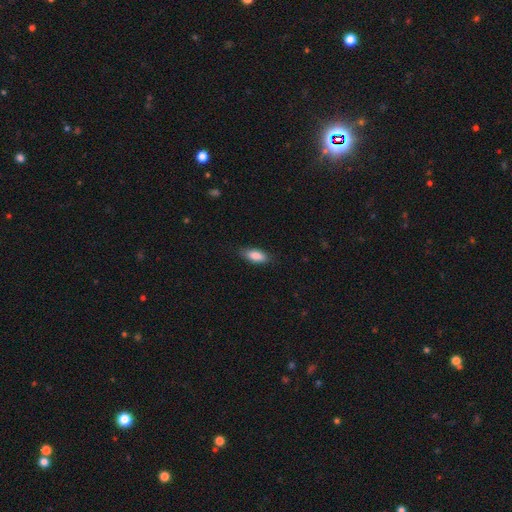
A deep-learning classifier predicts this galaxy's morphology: Smooth or featured? smooth (86%)
How rounded? in between (80%)
Merging? none (82%)